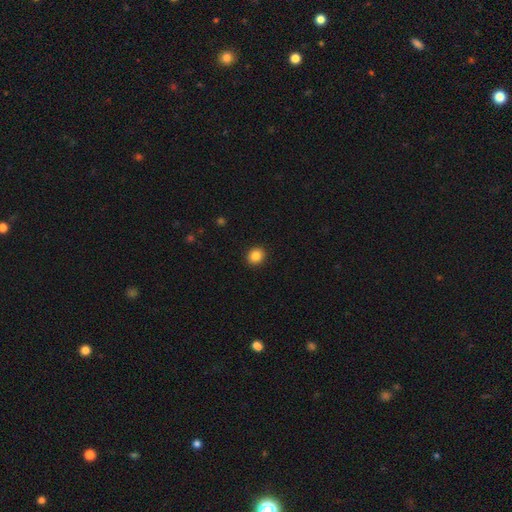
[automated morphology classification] Q: Smooth or featured?
A: smooth (86%); runner-up: star or artifact (10%)
Q: How rounded?
A: round (75%); runner-up: in between (24%)
Q: Merging?
A: none (92%); runner-up: minor disturbance (5%)